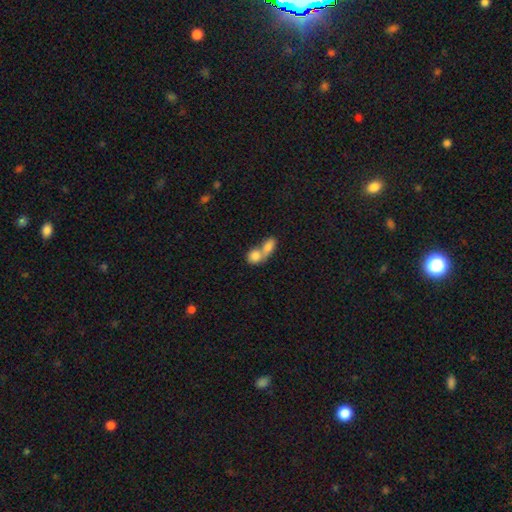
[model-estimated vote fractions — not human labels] Smooth or featured? smooth (80%)
How rounded? in between (55%)
Merging? merger (75%)